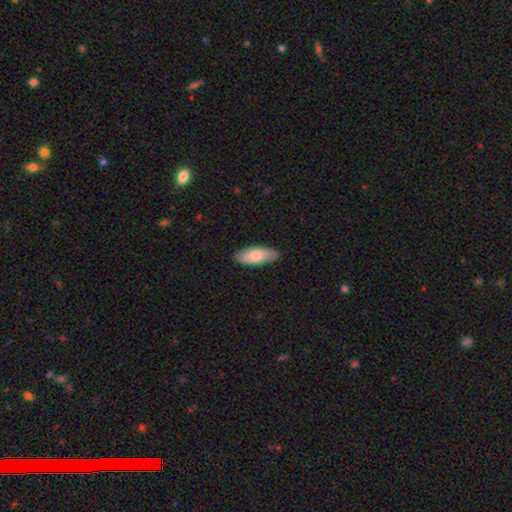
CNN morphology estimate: This is likely a smooth galaxy (77%). How rounded: likely in between (77%). Merging: clearly none (87%).